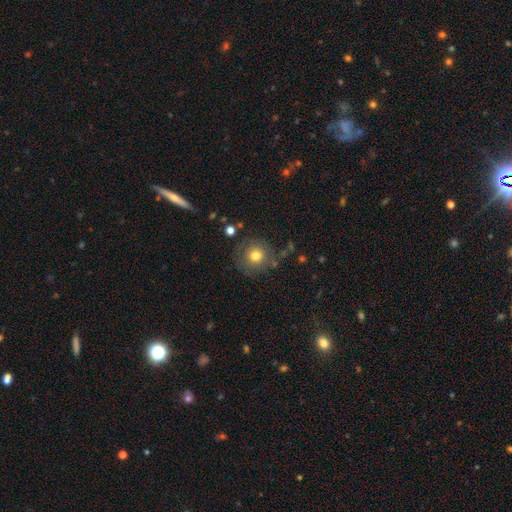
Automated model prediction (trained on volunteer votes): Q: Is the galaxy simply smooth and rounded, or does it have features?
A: smooth — 74%.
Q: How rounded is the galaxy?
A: round — 93%.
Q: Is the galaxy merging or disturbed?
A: none — 77%.